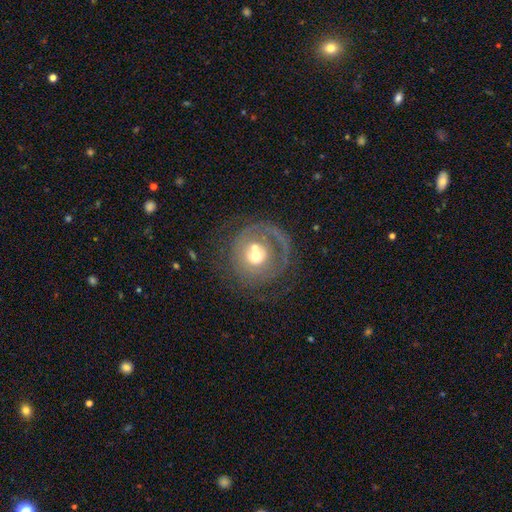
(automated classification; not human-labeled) smooth_or_featured: featured or disk (p=0.61) [alt: smooth p=0.30]
disk_edge_on: no (p=0.97) [alt: yes p=0.03]
bar: no (p=0.85) [alt: weak p=0.12]
has_spiral_arms: no (p=0.50) [tied with: yes p=0.50]
bulge_size: moderate (p=0.61) [alt: small p=0.26]
merging: none (p=0.48) [alt: major disturbance p=0.21]